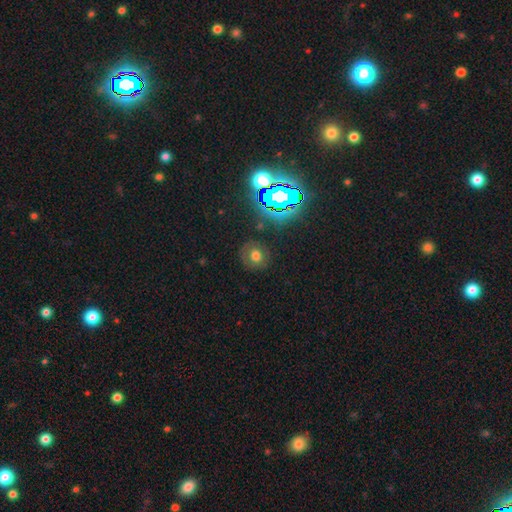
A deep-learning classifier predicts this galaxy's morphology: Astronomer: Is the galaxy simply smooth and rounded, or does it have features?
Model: smooth — 60%.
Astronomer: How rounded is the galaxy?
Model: round — 82%.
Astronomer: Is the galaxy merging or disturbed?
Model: none — 80%.